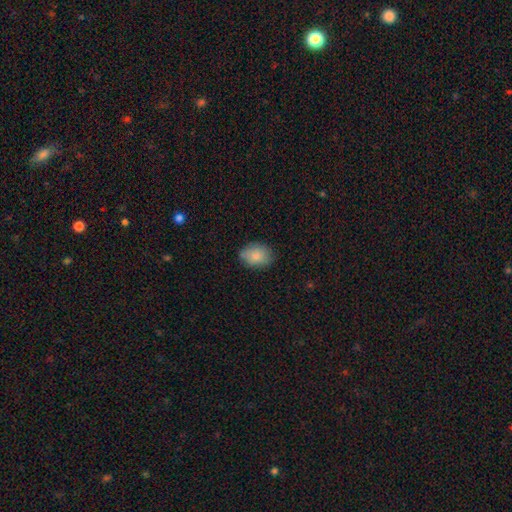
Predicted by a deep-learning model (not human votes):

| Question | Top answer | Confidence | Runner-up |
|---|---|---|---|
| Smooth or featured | smooth | 86% | star or artifact (7%) |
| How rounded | in between | 73% | round (26%) |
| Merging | none | 78% | minor disturbance (17%) |